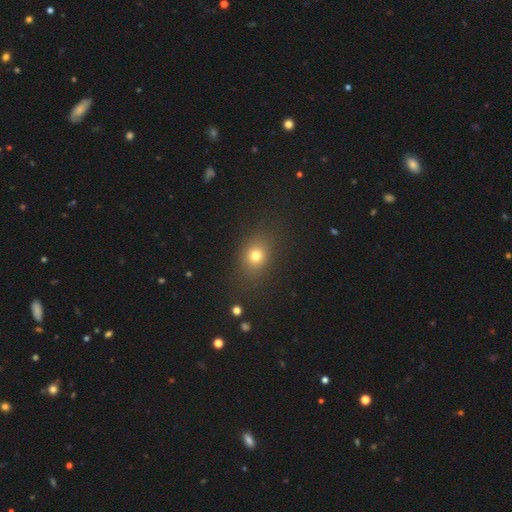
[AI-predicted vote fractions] smooth_or_featured: smooth (p=0.74) [alt: star or artifact p=0.16]
how_rounded: round (p=0.53) [alt: in between p=0.45]
merging: none (p=0.82) [alt: minor disturbance p=0.11]